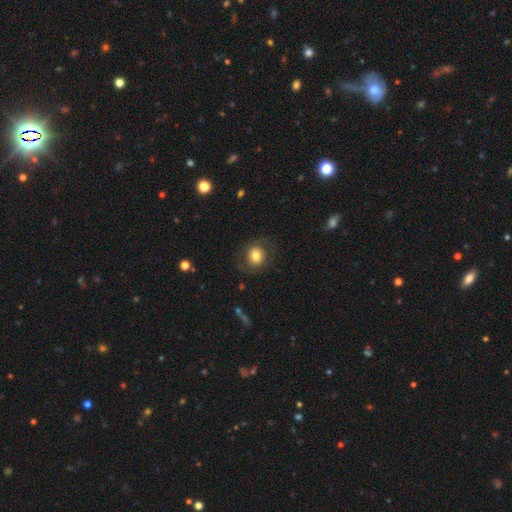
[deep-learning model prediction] This is likely a smooth galaxy (74%). How rounded: likely round (76%). Merging: likely none (79%).